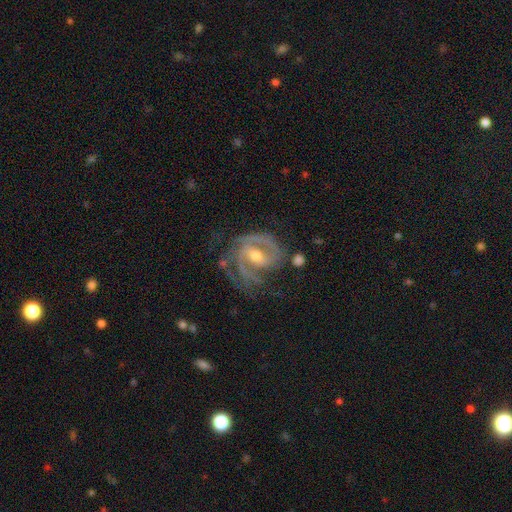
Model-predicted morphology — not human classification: Smooth or featured? featured or disk (91%)
Edge-on disk? no (98%)
Bar? weak (48%)
Spiral arms? yes (97%)
Spiral winding? tight (50%)
Spiral arm count? 2 (45%)
Bulge size? moderate (60%)
Merging? none (57%)